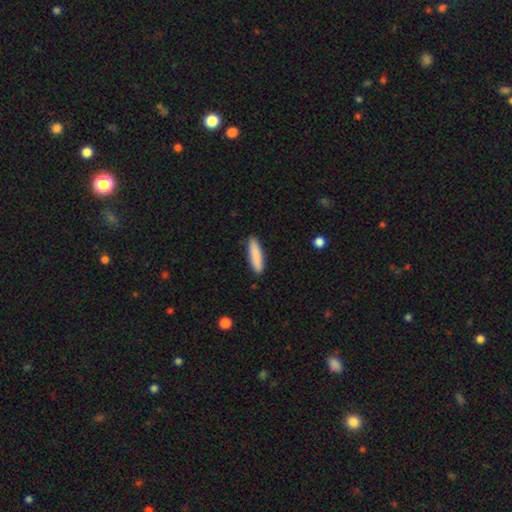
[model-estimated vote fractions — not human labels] Q: Smooth or featured?
A: smooth (87%); runner-up: featured or disk (8%)
Q: How rounded?
A: cigar-shaped (77%); runner-up: in between (21%)
Q: Merging?
A: none (88%); runner-up: minor disturbance (9%)